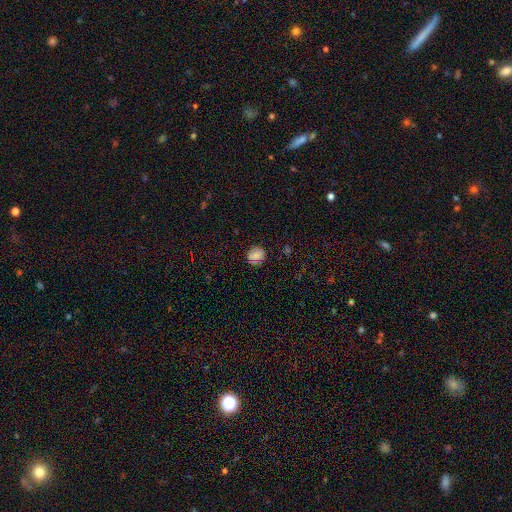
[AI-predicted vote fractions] This appears to be a smooth galaxy with no disk features (76%) that is round (86%). Merging: none (85%).